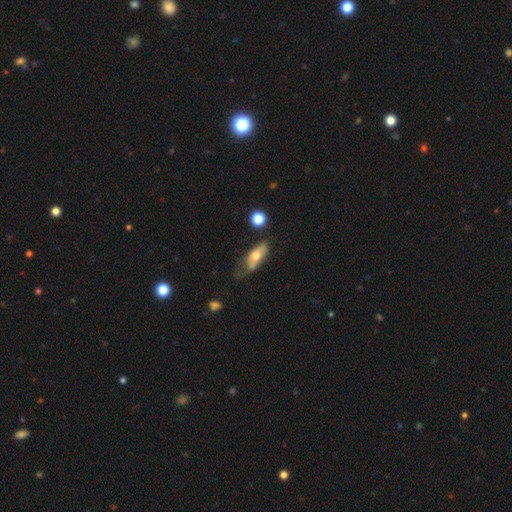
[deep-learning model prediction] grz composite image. It shows a smooth galaxy with no disk features (57%) that is in between round and cigar-shaped (74%). Merging: none (39%).